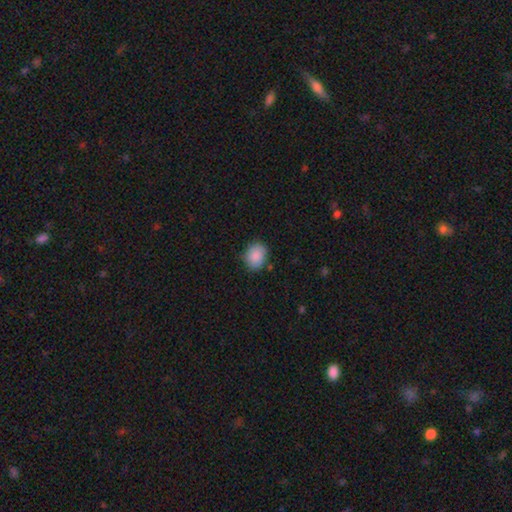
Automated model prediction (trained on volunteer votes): Smooth or featured? smooth (88%)
How rounded? in between (52%)
Merging? none (80%)